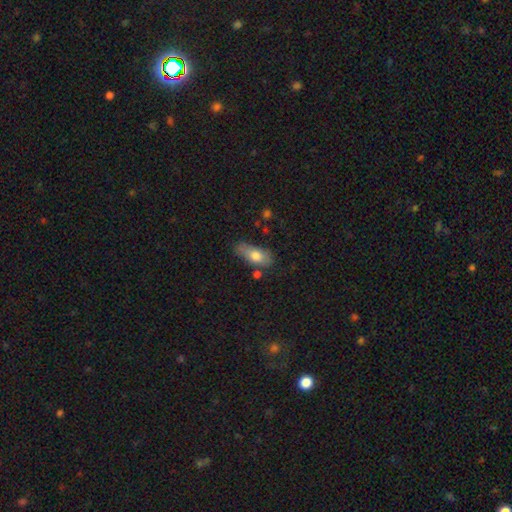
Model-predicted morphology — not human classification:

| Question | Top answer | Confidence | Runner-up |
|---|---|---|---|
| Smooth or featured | smooth | 73% | featured or disk (20%) |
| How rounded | in between | 79% | cigar-shaped (16%) |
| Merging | none | 58% | minor disturbance (27%) |